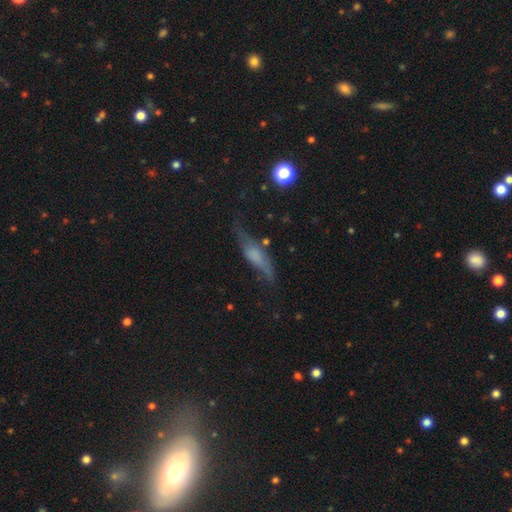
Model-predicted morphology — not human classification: smooth_or_featured: featured or disk (p=0.46) [alt: smooth p=0.44]
merging: none (p=0.52) [alt: minor disturbance p=0.28]